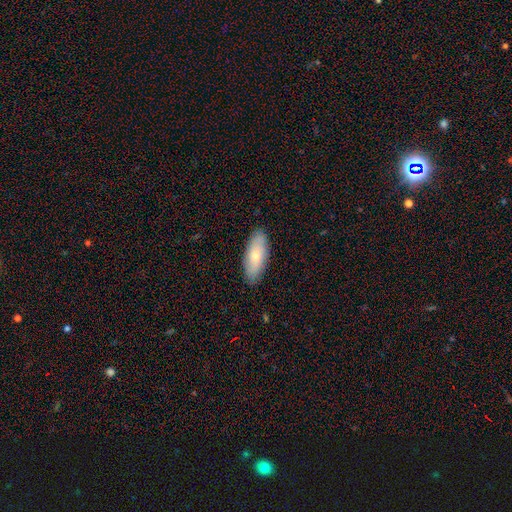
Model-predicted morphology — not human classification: Smooth or featured: smooth — 69% (featured or disk — 25%)
How rounded: in between — 80% (cigar-shaped — 17%)
Merging: none — 87% (minor disturbance — 10%)